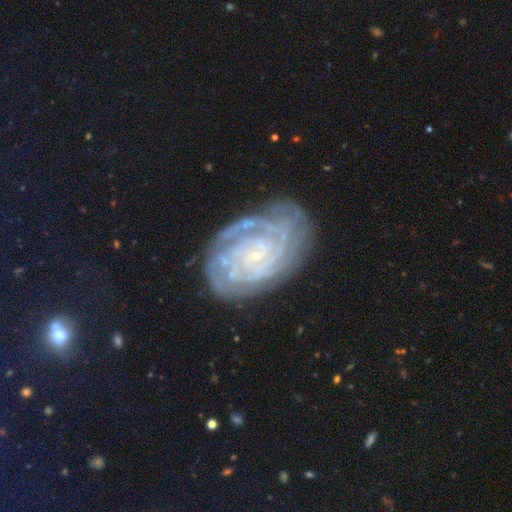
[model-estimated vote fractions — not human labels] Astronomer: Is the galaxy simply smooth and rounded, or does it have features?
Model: featured or disk — 89%.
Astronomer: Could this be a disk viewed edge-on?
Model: no — 97%.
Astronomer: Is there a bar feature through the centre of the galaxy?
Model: no — 73%.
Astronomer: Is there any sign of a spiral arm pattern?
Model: yes — 98%.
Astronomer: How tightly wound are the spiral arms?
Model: tight — 83%.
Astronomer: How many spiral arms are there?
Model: can't tell — 24% (runner-up: 4, 23%).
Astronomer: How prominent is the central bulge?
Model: small — 88%.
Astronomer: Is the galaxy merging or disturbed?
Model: none — 75%.